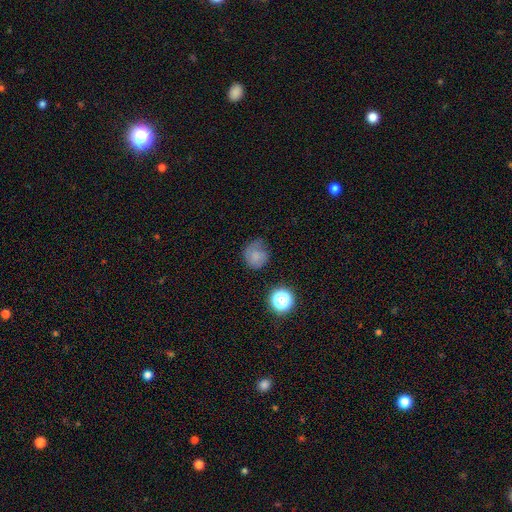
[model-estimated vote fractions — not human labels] A smooth galaxy with no disk features (73%) that is round (84%). Merging: none (57%).